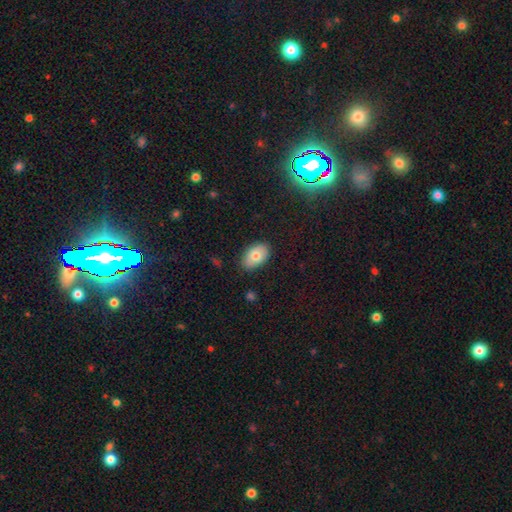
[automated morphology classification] Overall: smooth (75%). How rounded: in between (91%). Merging: none (85%).